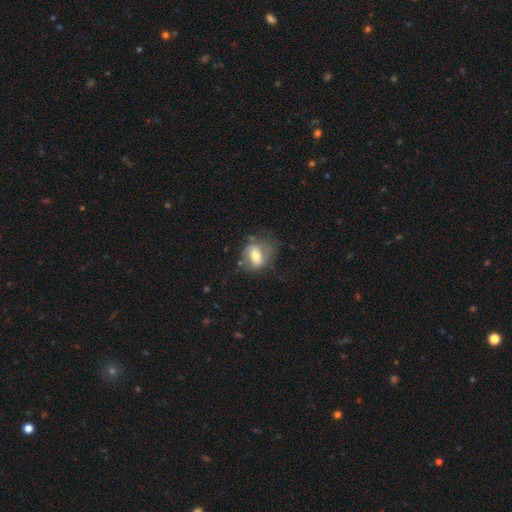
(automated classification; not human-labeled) Smooth or featured? Predicted: smooth (p=0.55). How rounded? Predicted: in between (p=0.60). Merging? Predicted: none (p=0.48).